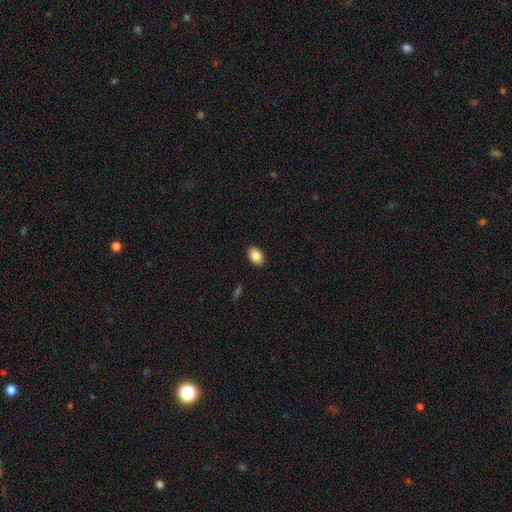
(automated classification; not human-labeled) Smooth or featured: smooth — 86% (star or artifact — 8%)
How rounded: in between — 81% (round — 18%)
Merging: none — 90% (minor disturbance — 7%)